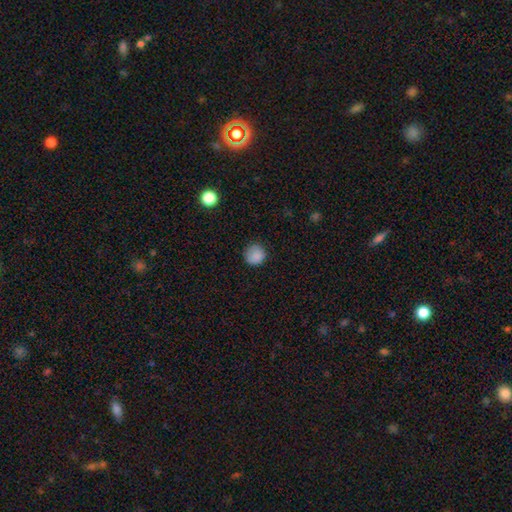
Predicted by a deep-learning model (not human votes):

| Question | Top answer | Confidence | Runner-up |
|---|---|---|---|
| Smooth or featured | smooth | 85% | star or artifact (10%) |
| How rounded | round | 92% | in between (8%) |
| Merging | none | 82% | minor disturbance (14%) |